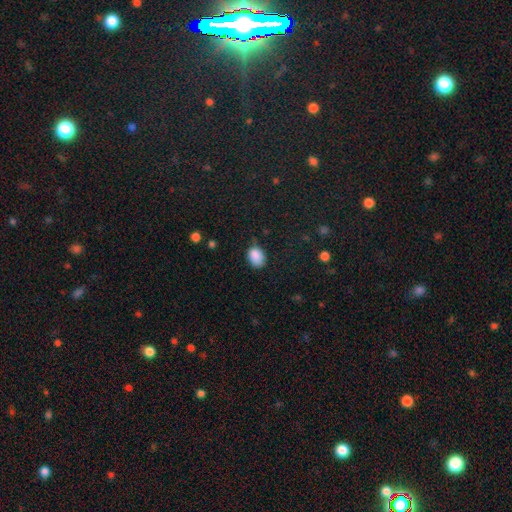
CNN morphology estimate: Q: Smooth or featured?
A: smooth (88%); runner-up: star or artifact (8%)
Q: How rounded?
A: in between (73%); runner-up: round (26%)
Q: Merging?
A: none (69%); runner-up: minor disturbance (24%)